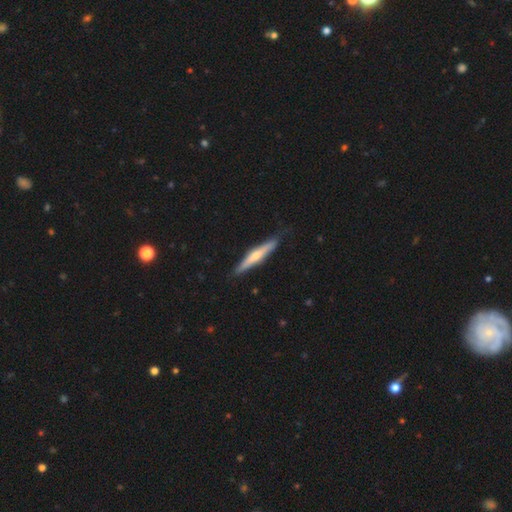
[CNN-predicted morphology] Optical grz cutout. It shows a featured or disk galaxy (54%) viewed edge-on (95%) with a rounded central bulge (80%). Merging: none (86%).